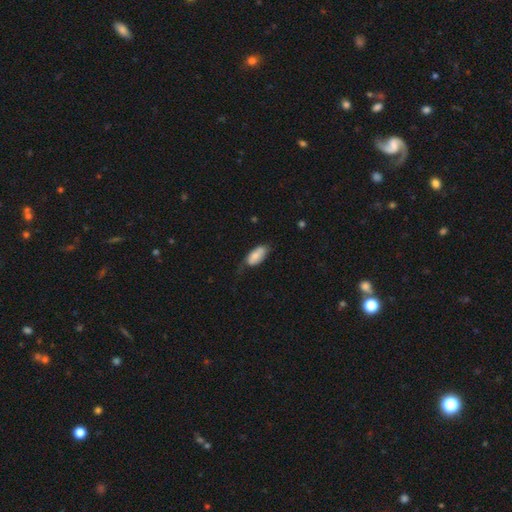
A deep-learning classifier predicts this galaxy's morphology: smooth-or-featured: smooth: 77% | featured or disk: 16% | star or artifact: 6%
  how-rounded: in between: 90% | cigar-shaped: 8% | round: 2%
  merging: none: 47% | minor disturbance: 37% | major disturbance: 14% | merger: 2%